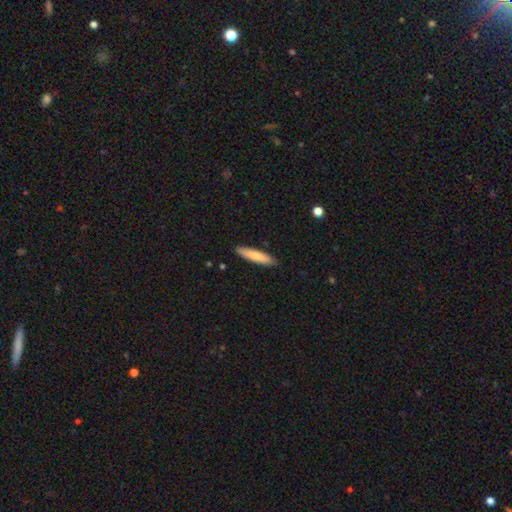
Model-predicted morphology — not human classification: Smooth or featured? smooth (80%)
How rounded? cigar-shaped (84%)
Merging? none (89%)